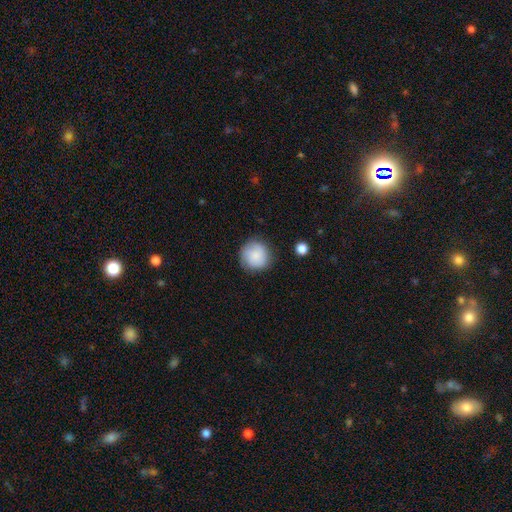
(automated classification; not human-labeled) Smooth or featured? smooth (79%)
How rounded? round (93%)
Merging? none (79%)